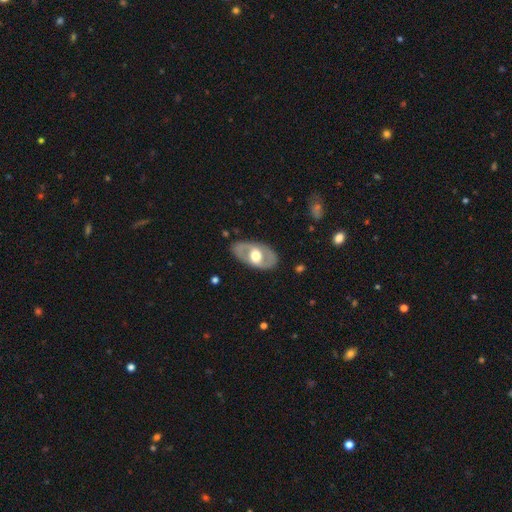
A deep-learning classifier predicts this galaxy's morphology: A featured or disk galaxy (65%) with no bar (62%), no spiral arms (63%) and a moderate central bulge (57%).

Vote fractions:
- Smooth or featured? featured or disk: 65% / smooth: 31% / star or artifact: 5%
- Edge-on disk? no: 88% / yes: 12%
- Bar? no: 62% / weak: 27% / strong: 11%
- Spiral arms? no: 63% / yes: 37%
- Bulge size? moderate: 57% / large: 36% / small: 4% / dominant: 2% / none: 1%
- Merging? none: 80% / minor disturbance: 14% / major disturbance: 5% / merger: 1%